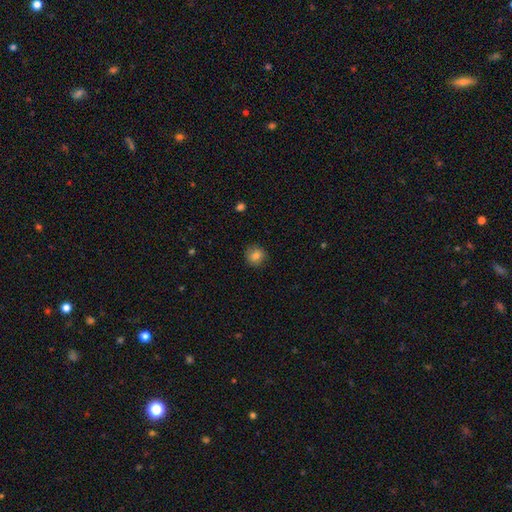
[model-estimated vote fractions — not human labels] Smooth or featured? Predicted: smooth (p=0.81). How rounded? Predicted: round (p=0.85). Merging? Predicted: none (p=0.86).